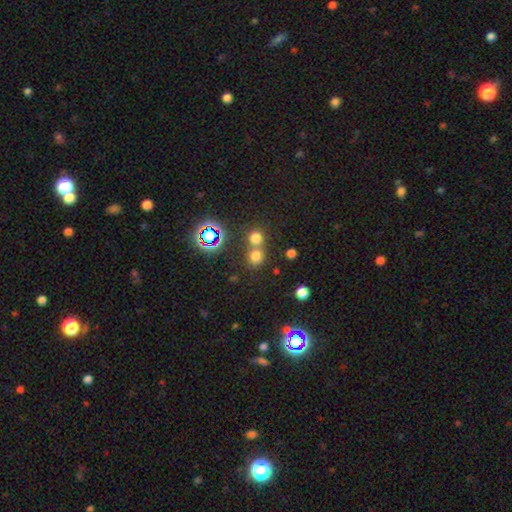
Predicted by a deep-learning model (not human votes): smooth_or_featured: smooth (p=0.68) [alt: star or artifact p=0.25]
how_rounded: round (p=0.84) [alt: in between p=0.15]
merging: none (p=0.53) [alt: merger p=0.38]